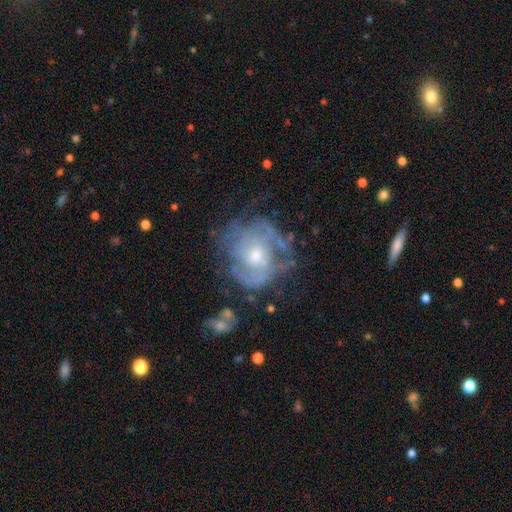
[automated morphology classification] Overall: featured or disk (74%). Edge-on disk: no (97%). Bar: no (79%). Spiral arms: yes (69%; no 31%). Bulge size: moderate (56%; small 37%). Merging: none (55%; minor disturbance 23%).